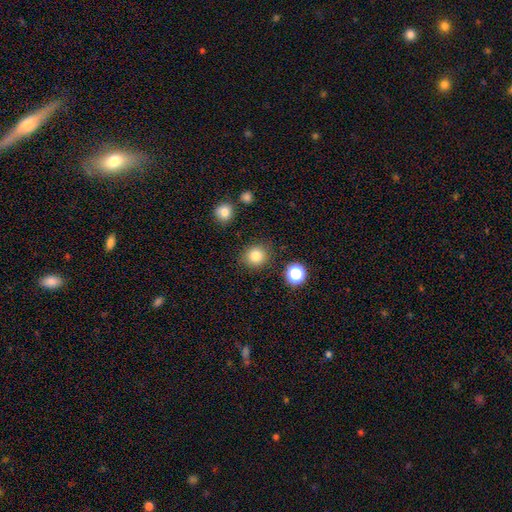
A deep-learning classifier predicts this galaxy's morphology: smooth-or-featured: smooth: 82% | star or artifact: 12% | featured or disk: 6%
  how-rounded: round: 85% | in between: 14% | cigar-shaped: 1%
  merging: none: 86% | minor disturbance: 9% | major disturbance: 3% | merger: 3%